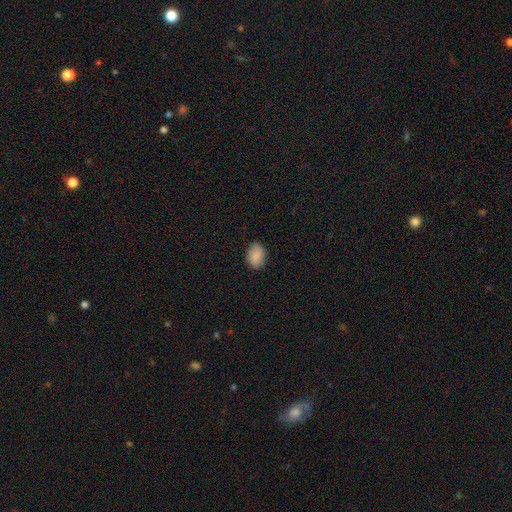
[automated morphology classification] The model was most divided on "how rounded": in between: 75%, round: 23%, cigar-shaped: 1%. More confident: smooth or featured — smooth (87%); merging — none (83%).